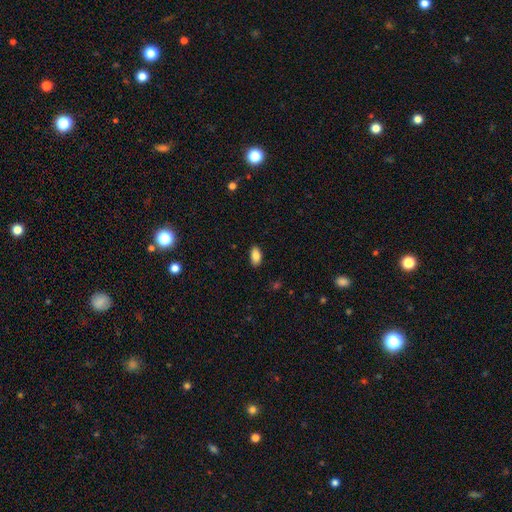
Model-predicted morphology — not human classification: Smooth or featured? smooth (85%)
How rounded? in between (92%)
Merging? none (87%)